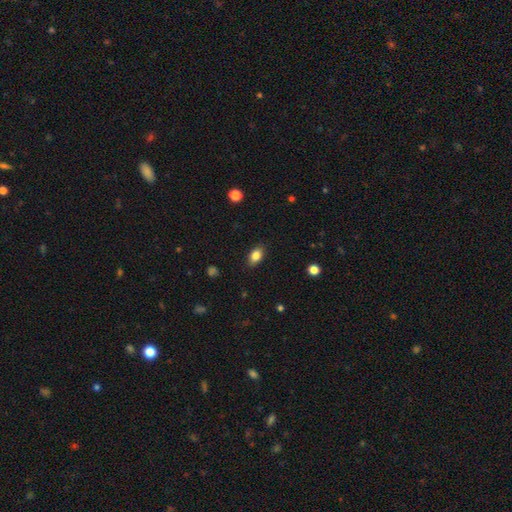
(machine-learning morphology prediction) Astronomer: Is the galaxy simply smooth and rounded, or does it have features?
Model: smooth — 83%.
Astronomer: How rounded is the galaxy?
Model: in between — 86%.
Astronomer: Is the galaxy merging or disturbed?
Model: none — 87%.